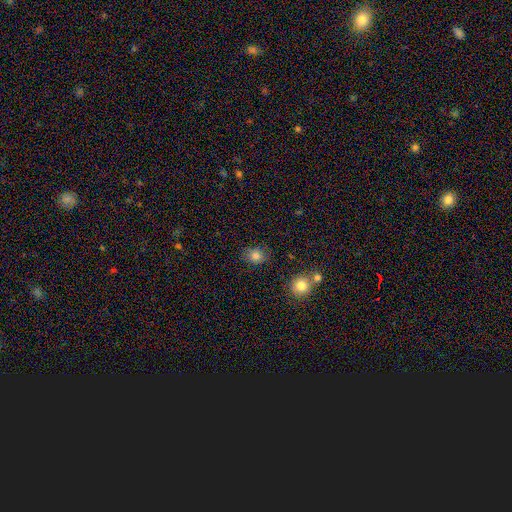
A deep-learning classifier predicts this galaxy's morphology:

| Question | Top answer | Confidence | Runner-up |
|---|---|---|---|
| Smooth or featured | smooth | 82% | star or artifact (11%) |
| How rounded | round | 61% | in between (38%) |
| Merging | none | 80% | minor disturbance (14%) |